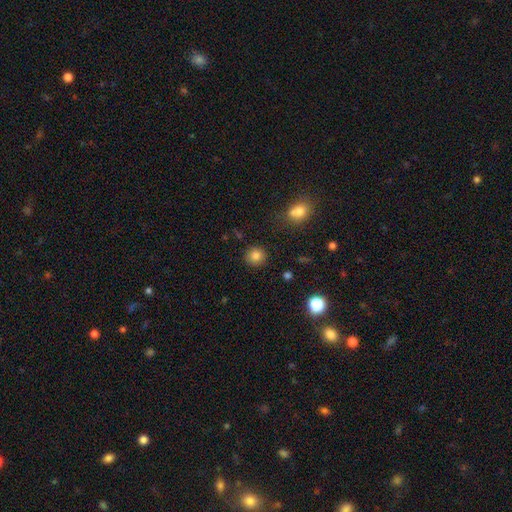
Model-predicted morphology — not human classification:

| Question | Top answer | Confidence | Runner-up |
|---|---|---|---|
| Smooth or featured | smooth | 83% | star or artifact (11%) |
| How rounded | round | 91% | in between (8%) |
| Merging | none | 89% | minor disturbance (7%) |